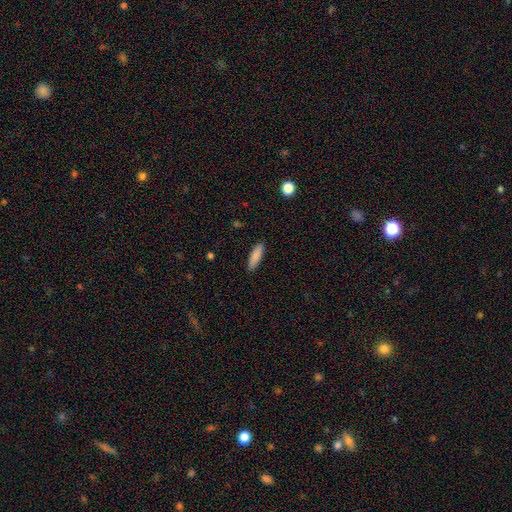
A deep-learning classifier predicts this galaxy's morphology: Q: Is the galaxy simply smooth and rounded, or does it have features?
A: smooth — 87%.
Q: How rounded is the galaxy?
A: cigar-shaped — 60%.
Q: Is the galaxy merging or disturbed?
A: none — 89%.